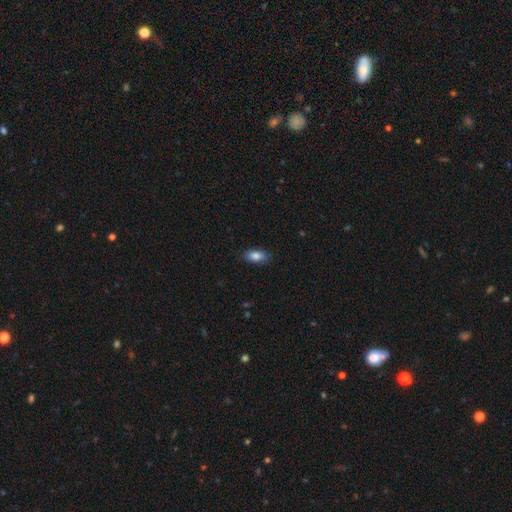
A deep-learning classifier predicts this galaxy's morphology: smooth_or_featured: smooth (p=0.85) [alt: featured or disk p=0.07]
how_rounded: in between (p=0.90) [alt: cigar-shaped p=0.07]
merging: none (p=0.86) [alt: minor disturbance p=0.11]